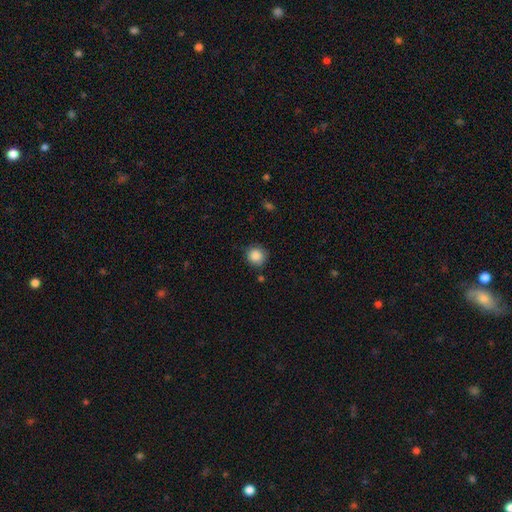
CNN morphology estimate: smooth-or-featured: smooth: 88% | star or artifact: 9% | featured or disk: 3%
  how-rounded: round: 90% | in between: 9% | cigar-shaped: 1%
  merging: none: 81% | minor disturbance: 13% | major disturbance: 3% | merger: 2%